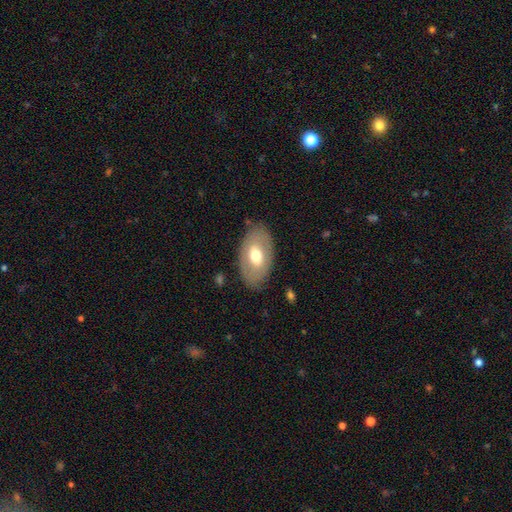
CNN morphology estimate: The model was most divided on "smooth or featured": smooth: 57%, featured or disk: 37%, star or artifact: 6%. More confident: how rounded — in between (92%); merging — none (81%).